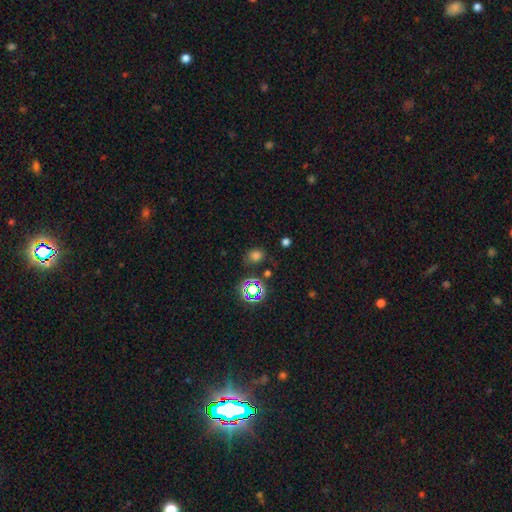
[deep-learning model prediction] This is likely a smooth galaxy (68%). How rounded: possibly round (60%). Merging: likely none (73%).